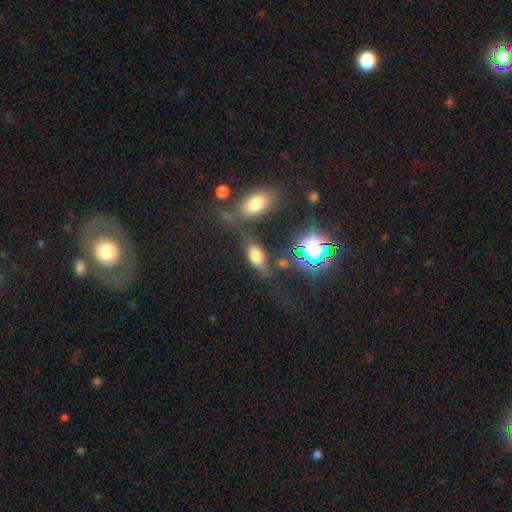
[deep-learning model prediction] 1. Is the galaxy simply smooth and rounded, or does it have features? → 60% smooth, 22% featured or disk, 18% star or artifact.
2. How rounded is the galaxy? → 80% in between, 10% cigar-shaped, 10% round.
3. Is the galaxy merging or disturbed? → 61% none, 20% minor disturbance, 10% major disturbance, 9% merger.